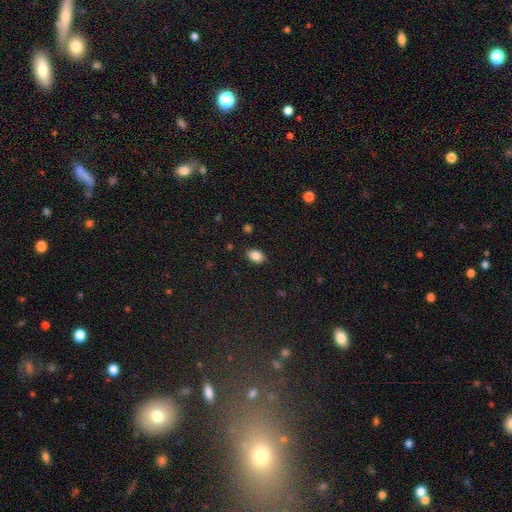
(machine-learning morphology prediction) A smooth galaxy with no disk features (86%) that is in between round and cigar-shaped (83%).

Vote fractions:
- Smooth or featured? smooth: 86% / star or artifact: 9% / featured or disk: 5%
- How rounded? in between: 83% / round: 16% / cigar-shaped: 1%
- Merging? none: 86% / minor disturbance: 10% / major disturbance: 2% / merger: 1%